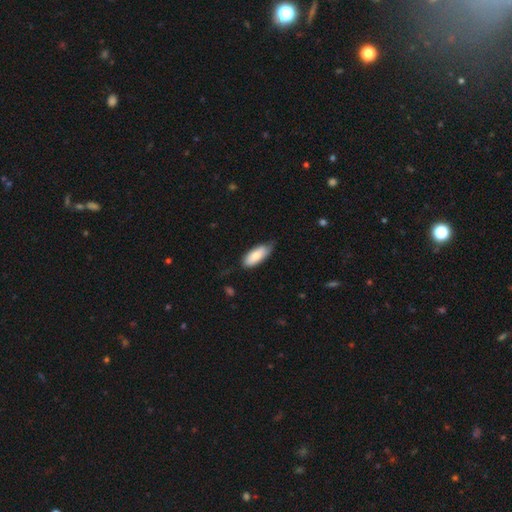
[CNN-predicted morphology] Smooth or featured: smooth — 77% (featured or disk — 18%)
How rounded: in between — 81% (cigar-shaped — 17%)
Merging: none — 63% (minor disturbance — 30%)